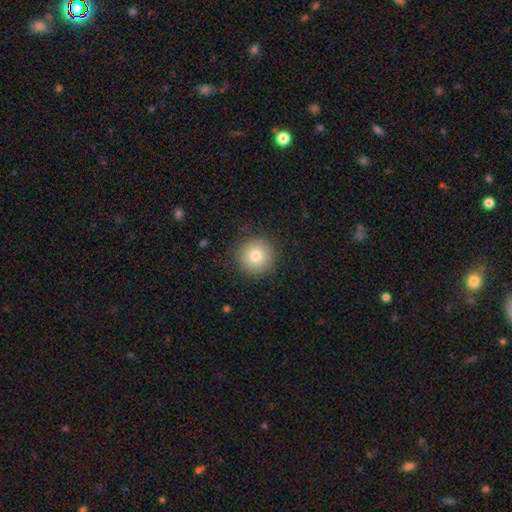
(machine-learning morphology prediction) Smooth or featured? smooth (80%)
How rounded? round (96%)
Merging? none (89%)